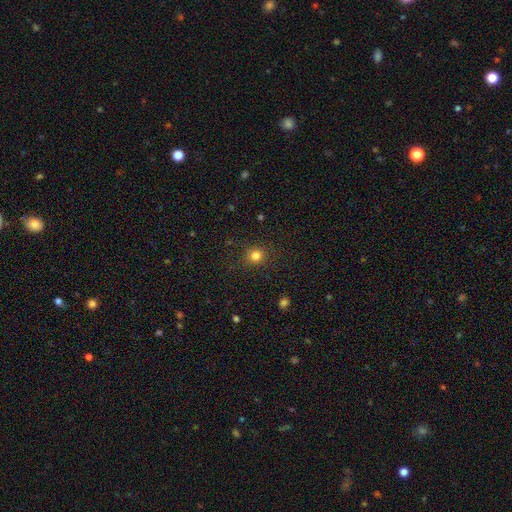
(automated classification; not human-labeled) Smooth or featured? Predicted: smooth (p=0.81). How rounded? Predicted: round (p=0.87). Merging? Predicted: none (p=0.88).